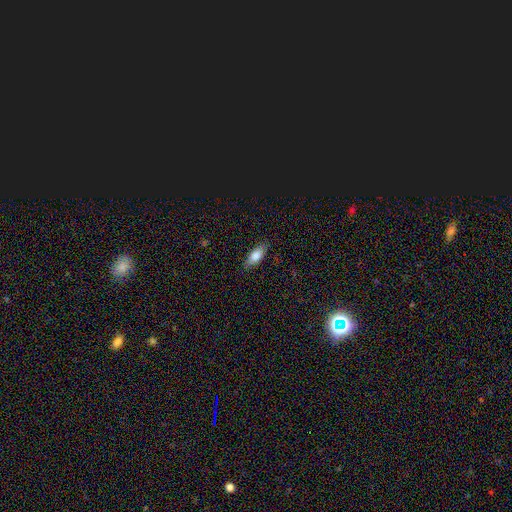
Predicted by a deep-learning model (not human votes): Overall: smooth (78%). How rounded: in between (78%). Merging: none (85%).